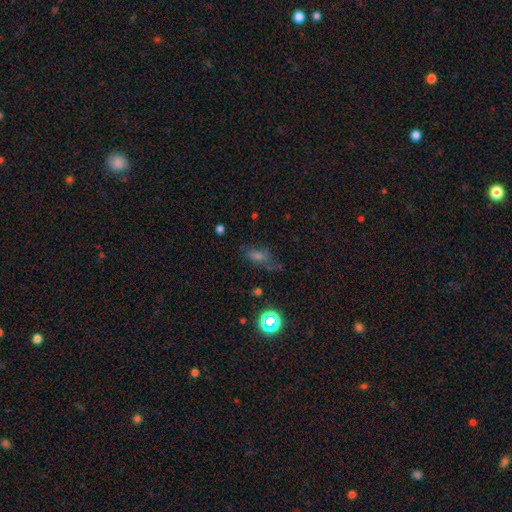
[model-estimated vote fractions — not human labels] smooth 43%, star or artifact 35%, featured or disk 22%. Down the decision tree: merging — none (61%).